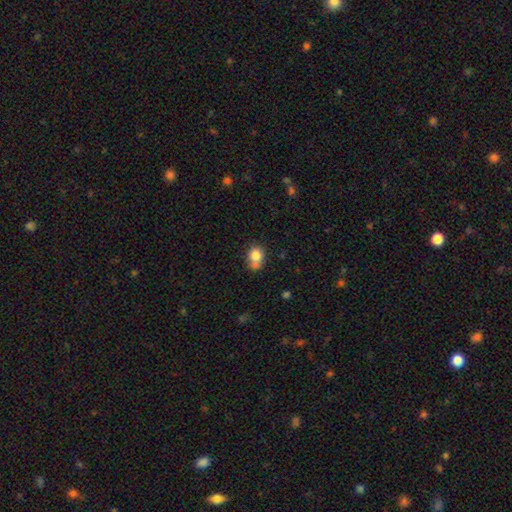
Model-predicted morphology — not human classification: Smooth or featured? smooth (80%)
How rounded? round (65%)
Merging? none (49%)